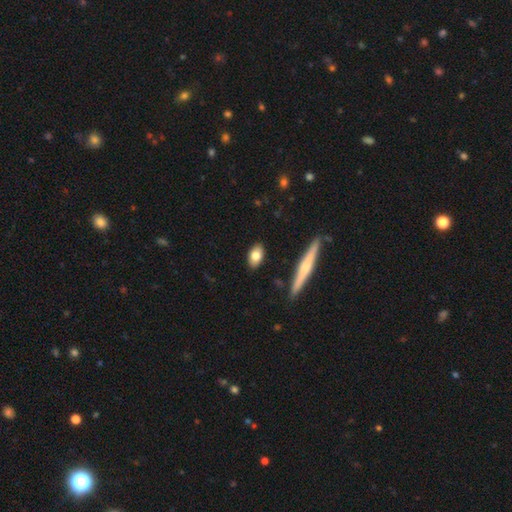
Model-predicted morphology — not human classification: Overall: smooth (77%). How rounded: in between (85%). Merging: none (88%).